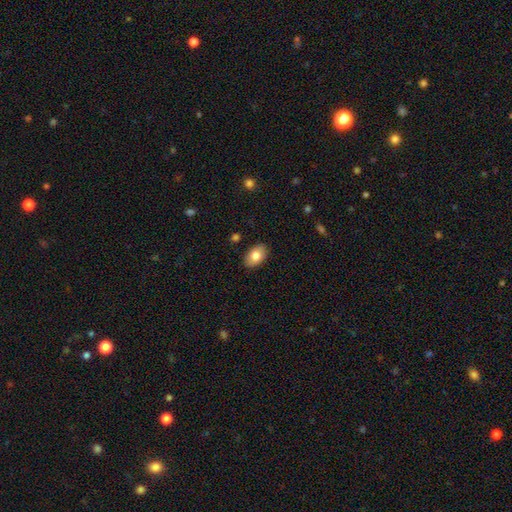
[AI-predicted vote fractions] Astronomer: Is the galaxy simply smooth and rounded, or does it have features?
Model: smooth — 81%.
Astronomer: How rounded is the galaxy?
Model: in between — 90%.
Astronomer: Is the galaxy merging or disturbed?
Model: none — 87%.